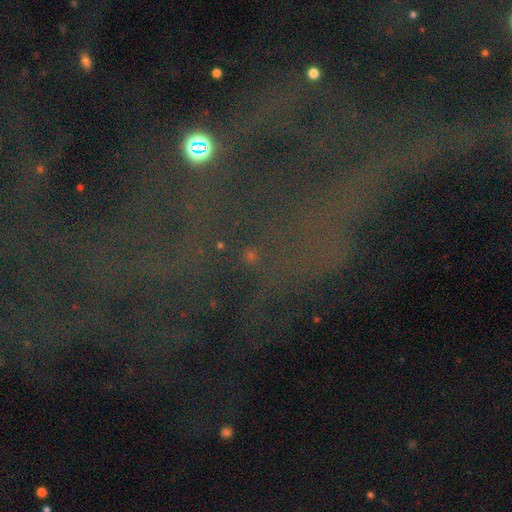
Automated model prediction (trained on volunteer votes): smooth-or-featured: star or artifact: 71% | featured or disk: 16% | smooth: 12%